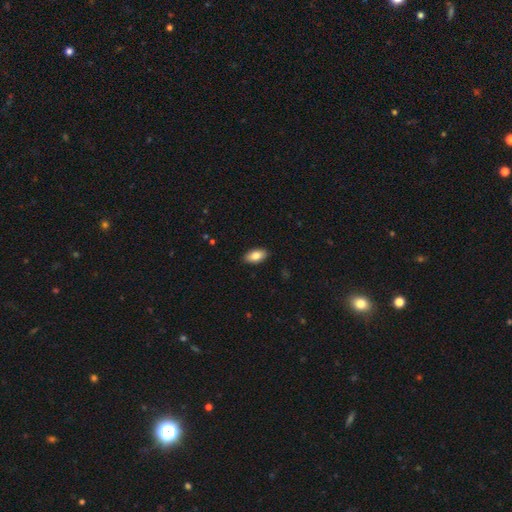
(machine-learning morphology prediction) smooth_or_featured: smooth (p=0.82) [alt: featured or disk p=0.11]
how_rounded: in between (p=0.92) [alt: cigar-shaped p=0.04]
merging: none (p=0.89) [alt: minor disturbance p=0.08]